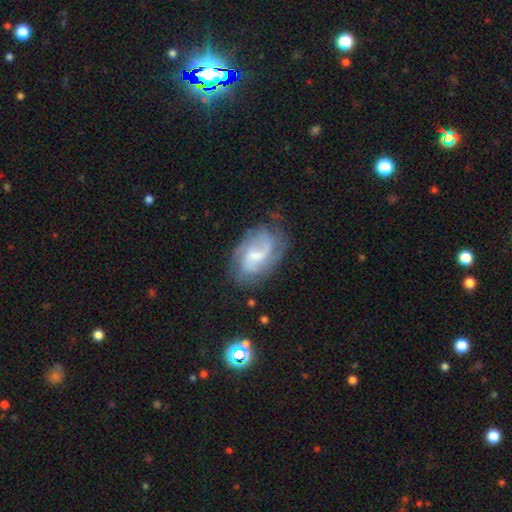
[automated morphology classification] Smooth or featured? Predicted: featured or disk (p=0.69). Edge-on disk? Predicted: no (p=0.96). Bar? Predicted: weak (p=0.50). Spiral arms? Predicted: yes (p=0.85). Spiral winding? Predicted: medium (p=0.44). Spiral arm count? Predicted: 2 (p=0.51). Bulge size? Predicted: small (p=0.36). Merging? Predicted: none (p=0.59).